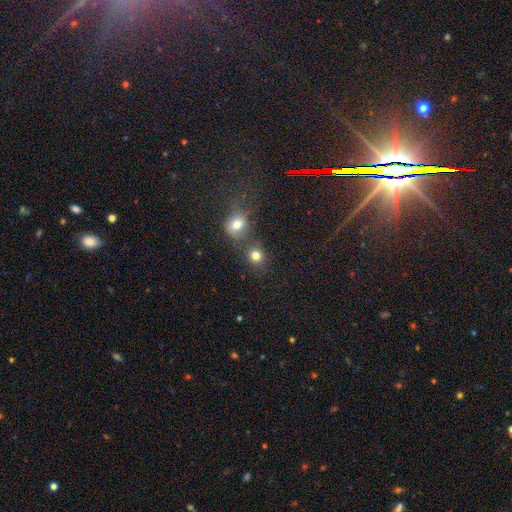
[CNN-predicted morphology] type=smooth (79%); roundness=round (82%); merging=none (63%).